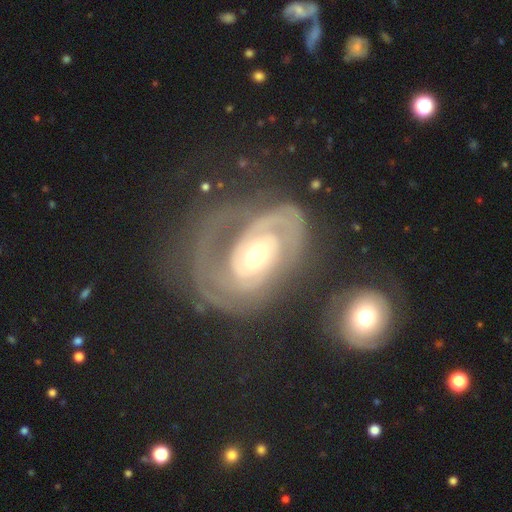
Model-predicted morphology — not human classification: Smooth or featured: featured or disk — 86% (smooth — 8%)
Edge-on disk: no — 97% (yes — 3%)
Bar: no — 63% (weak — 26%)
Spiral arms: yes — 91% (no — 9%)
Spiral winding: tight — 64% (medium — 27%)
Spiral arm count: 2 — 42% (can't tell — 26%)
Bulge size: moderate — 54% (small — 39%)
Merging: none — 45% (major disturbance — 28%)